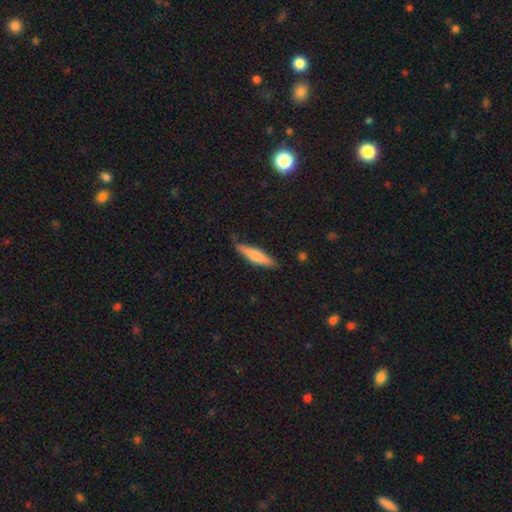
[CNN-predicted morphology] A smooth galaxy with no disk features (66%) that is cigar-shaped (81%).

Vote fractions:
- Smooth or featured? smooth: 66% / featured or disk: 29% / star or artifact: 6%
- How rounded? cigar-shaped: 81% / in between: 17% / round: 2%
- Merging? none: 78% / minor disturbance: 17% / major disturbance: 3% / merger: 2%